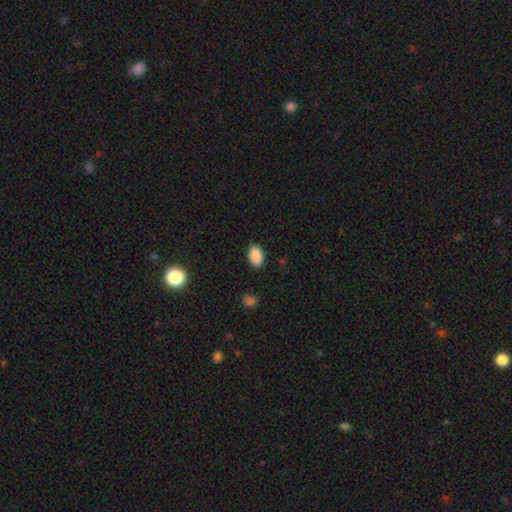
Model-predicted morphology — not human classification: This is clearly a smooth galaxy (89%). How rounded: clearly in between (91%). Merging: clearly none (87%).